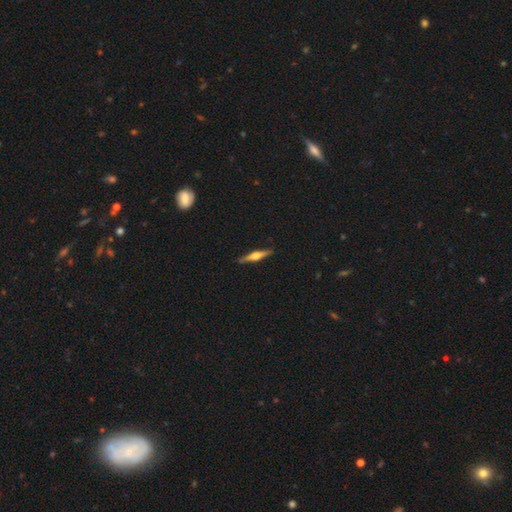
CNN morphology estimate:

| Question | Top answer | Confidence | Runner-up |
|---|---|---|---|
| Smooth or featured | featured or disk | 68% | smooth (26%) |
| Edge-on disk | yes | 97% | no (3%) |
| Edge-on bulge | rounded | 86% | boxy (11%) |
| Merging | none | 88% | minor disturbance (9%) |